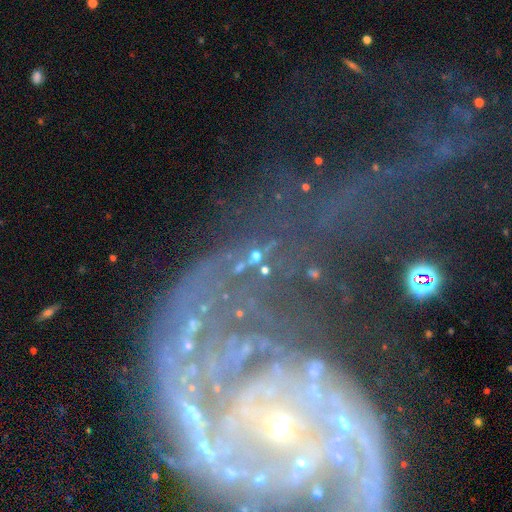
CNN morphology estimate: smooth-or-featured: star or artifact: 51% | featured or disk: 27% | smooth: 22%